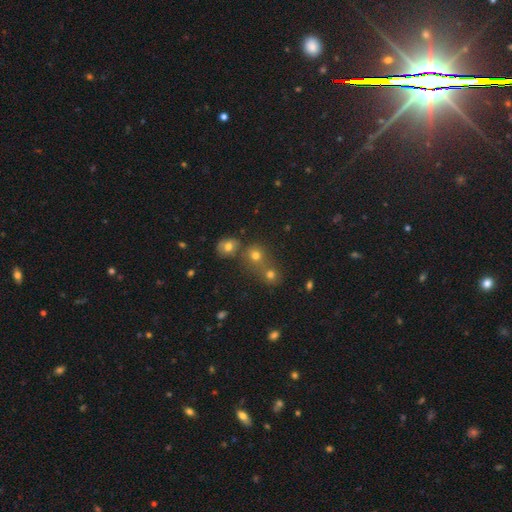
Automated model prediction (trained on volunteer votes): This appears to be a smooth galaxy with no disk features (70%) that is round (79%). Merging: none (48%).